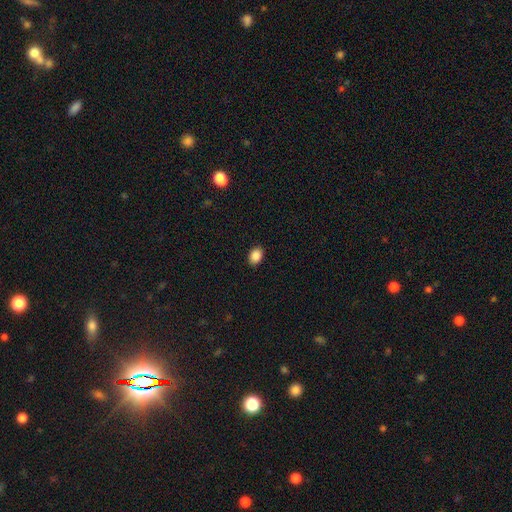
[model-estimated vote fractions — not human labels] The model was most divided on "how rounded": in between: 73%, round: 26%, cigar-shaped: 1%. More confident: merging — none (90%); smooth or featured — smooth (88%).